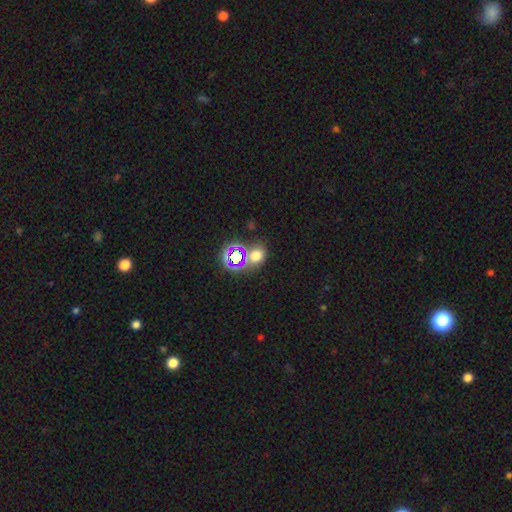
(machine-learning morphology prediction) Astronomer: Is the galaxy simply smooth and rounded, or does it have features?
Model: smooth — 59%.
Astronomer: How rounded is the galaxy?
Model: round — 55% (runner-up: in between, 43%).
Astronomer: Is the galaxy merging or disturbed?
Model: none — 60%.